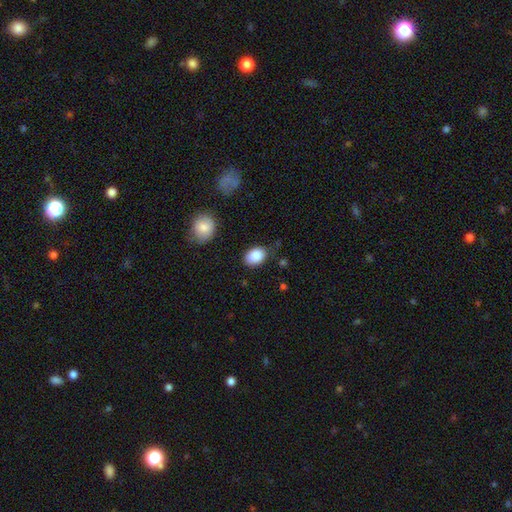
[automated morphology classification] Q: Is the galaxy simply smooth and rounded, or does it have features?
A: smooth — 88%.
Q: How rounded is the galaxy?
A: in between — 80%.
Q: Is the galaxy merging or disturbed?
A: none — 75%.